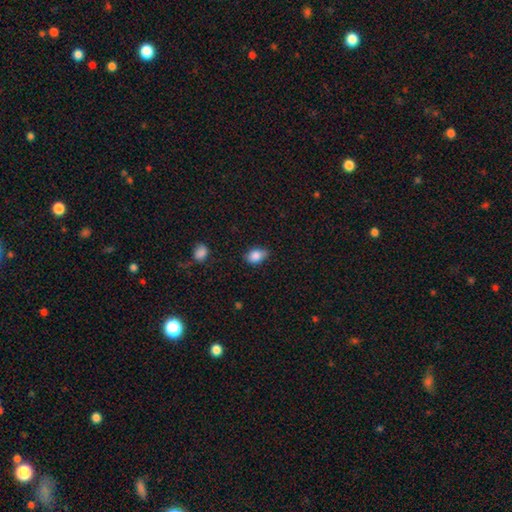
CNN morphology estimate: Smooth or featured? smooth (85%)
How rounded? in between (76%)
Merging? none (64%)